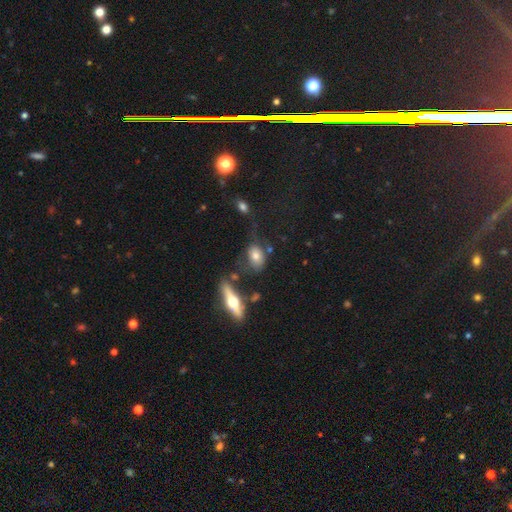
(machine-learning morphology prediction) Smooth or featured? smooth (70%)
How rounded? in between (80%)
Merging? none (49%)